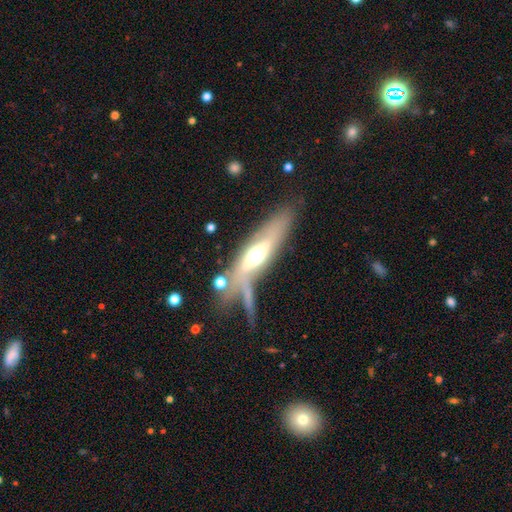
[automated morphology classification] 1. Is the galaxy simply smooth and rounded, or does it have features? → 57% featured or disk, 36% smooth, 7% star or artifact.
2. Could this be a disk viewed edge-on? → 61% yes, 39% no.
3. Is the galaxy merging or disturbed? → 47% none, 20% major disturbance, 19% minor disturbance, 14% merger.